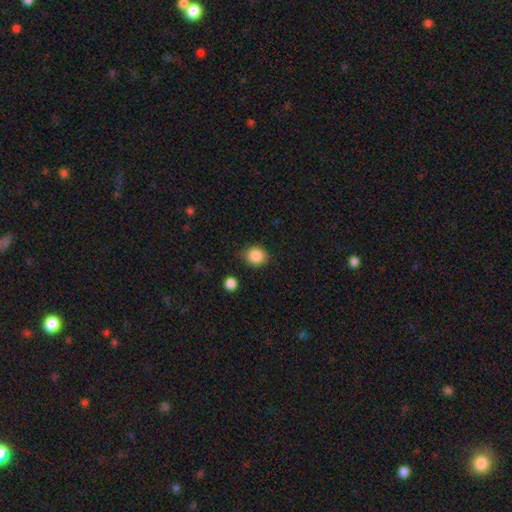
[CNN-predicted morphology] Smooth or featured: smooth — 87% (star or artifact — 9%)
How rounded: round — 74% (in between — 25%)
Merging: none — 84% (minor disturbance — 11%)